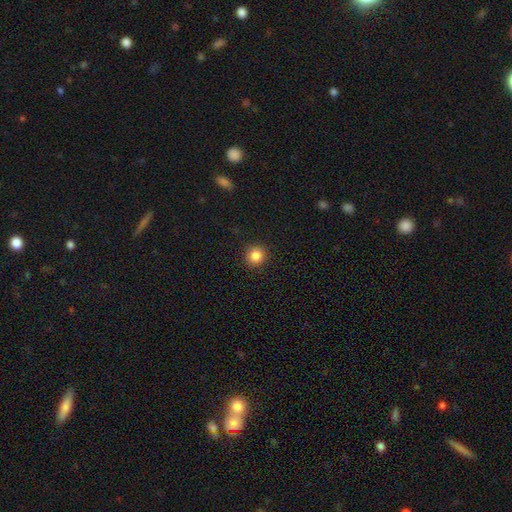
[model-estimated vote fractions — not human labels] Smooth or featured? Predicted: smooth (p=0.85). How rounded? Predicted: round (p=0.93). Merging? Predicted: none (p=0.91).